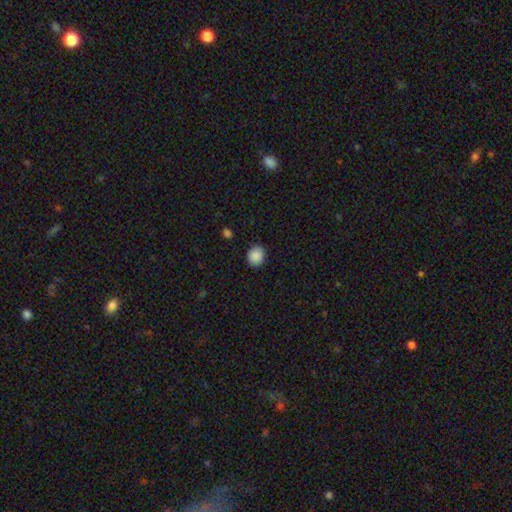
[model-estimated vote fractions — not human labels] A smooth galaxy with no disk features (89%) that is round (69%).

Vote fractions:
- Smooth or featured? smooth: 89% / star or artifact: 8% / featured or disk: 3%
- How rounded? round: 69% / in between: 30% / cigar-shaped: 1%
- Merging? none: 87% / minor disturbance: 9% / major disturbance: 2% / merger: 1%